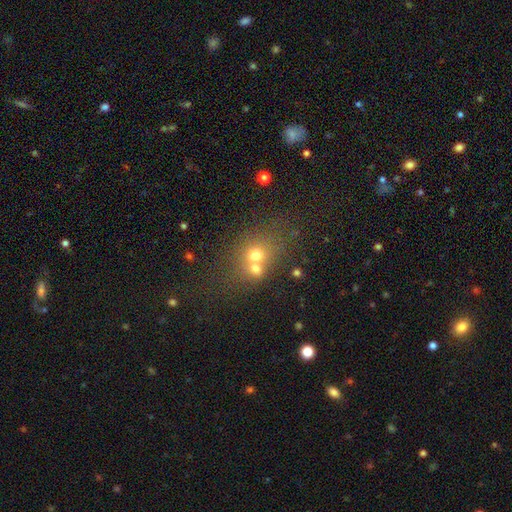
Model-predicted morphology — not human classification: smooth_or_featured: smooth (p=0.64) [alt: featured or disk p=0.19]
how_rounded: round (p=0.69) [alt: in between p=0.29]
merging: merger (p=0.56) [alt: none p=0.33]